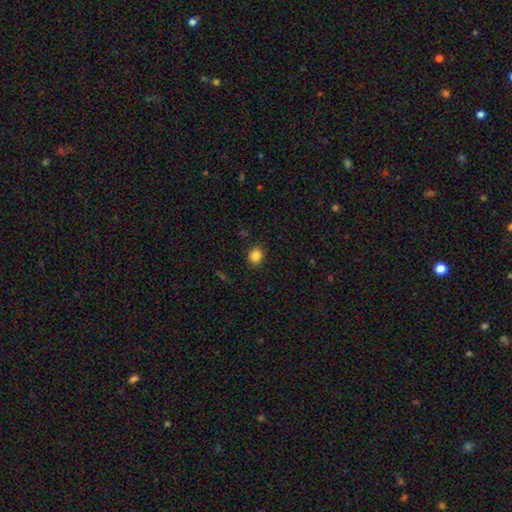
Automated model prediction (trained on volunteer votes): The model was most divided on "how rounded": round: 73%, in between: 27%, cigar-shaped: 1%. More confident: merging — none (89%); smooth or featured — smooth (85%).